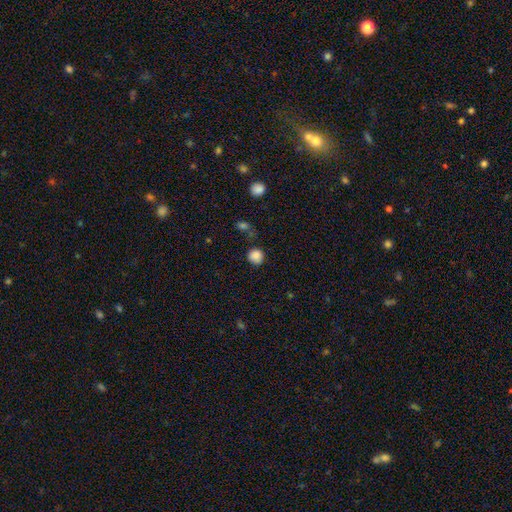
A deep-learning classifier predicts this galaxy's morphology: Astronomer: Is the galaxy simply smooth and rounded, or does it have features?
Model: smooth — 85%.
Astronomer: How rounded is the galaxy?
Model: round — 88%.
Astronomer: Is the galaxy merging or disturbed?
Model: none — 73%.